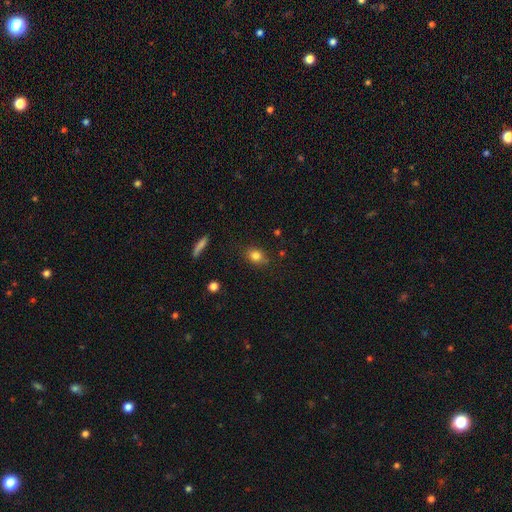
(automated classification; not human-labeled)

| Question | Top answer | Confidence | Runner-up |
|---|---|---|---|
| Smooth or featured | smooth | 81% | star or artifact (11%) |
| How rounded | in between | 54% | round (43%) |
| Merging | none | 77% | minor disturbance (17%) |